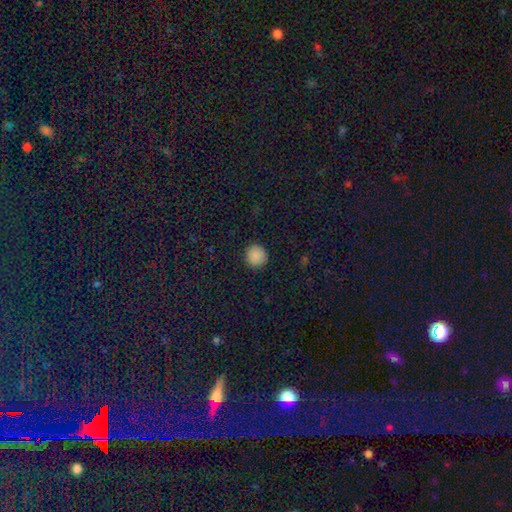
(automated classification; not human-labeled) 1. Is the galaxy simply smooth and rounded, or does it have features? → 88% smooth, 9% star or artifact, 3% featured or disk.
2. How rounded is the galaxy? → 94% round, 5% in between, 1% cigar-shaped.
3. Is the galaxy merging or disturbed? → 91% none, 6% minor disturbance, 2% major disturbance, 1% merger.